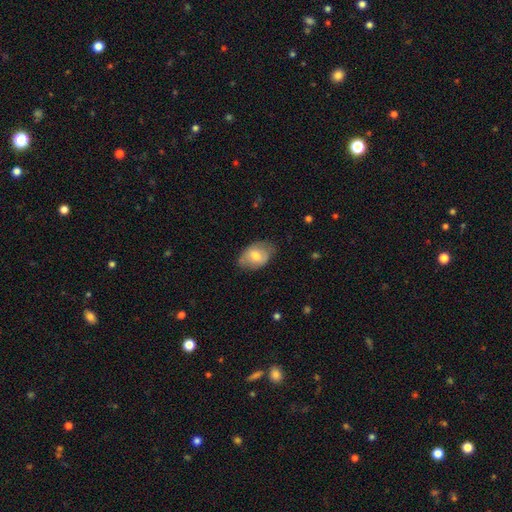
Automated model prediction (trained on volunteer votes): Q: Smooth or featured?
A: smooth (67%); runner-up: featured or disk (27%)
Q: How rounded?
A: in between (83%); runner-up: round (16%)
Q: Merging?
A: none (62%); runner-up: minor disturbance (29%)